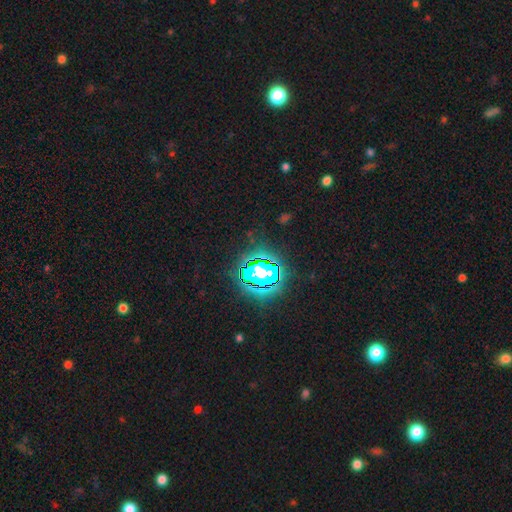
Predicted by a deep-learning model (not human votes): Smooth or featured?
  - star or artifact: 84% *
  - smooth: 10%
  - featured or disk: 6%